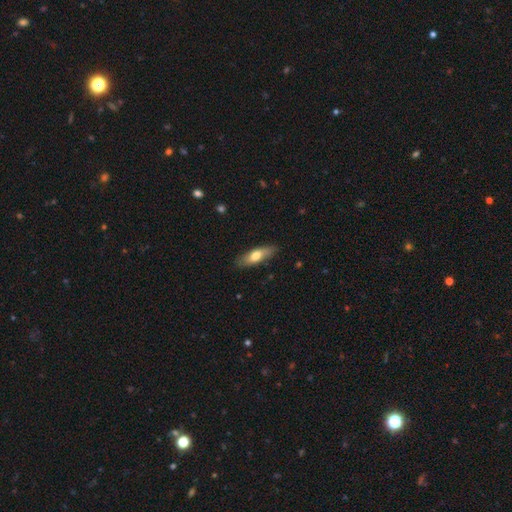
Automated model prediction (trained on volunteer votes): This appears to be a smooth galaxy with no disk features (66%) that is in between round and cigar-shaped (51%). Merging: none (86%).